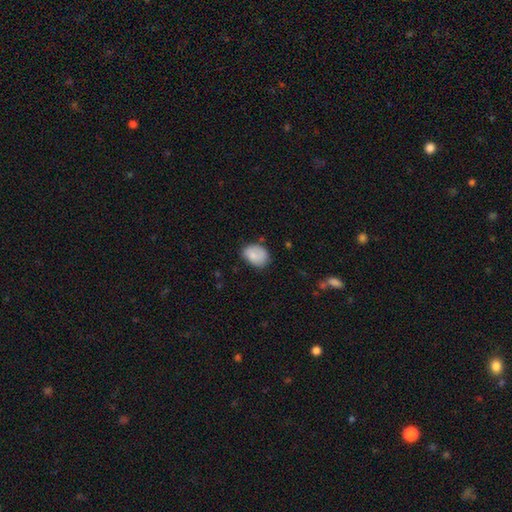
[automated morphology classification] The model was most divided on "merging": none: 65%, minor disturbance: 27%, major disturbance: 6%, merger: 3%. More confident: smooth or featured — smooth (82%); how rounded — in between (71%).